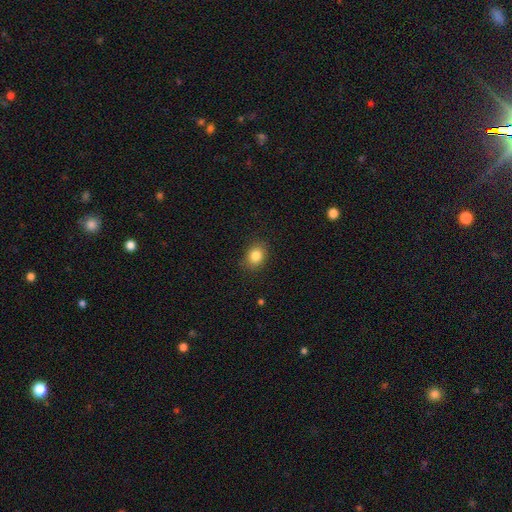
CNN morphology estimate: smooth-or-featured: smooth: 84% | star or artifact: 10% | featured or disk: 6%
  how-rounded: round: 52% | in between: 47% | cigar-shaped: 1%
  merging: none: 85% | minor disturbance: 11% | major disturbance: 3% | merger: 1%